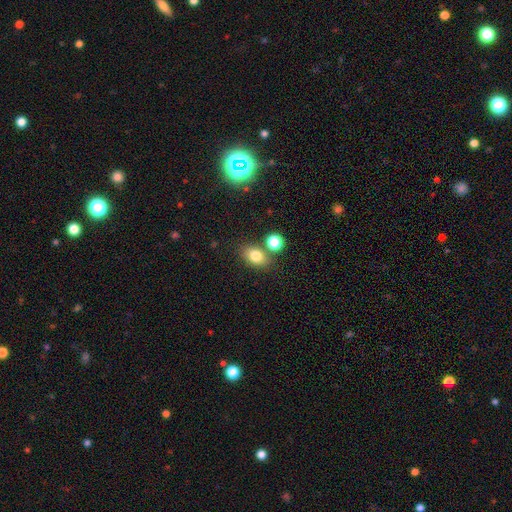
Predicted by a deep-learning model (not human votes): smooth_or_featured: smooth (p=0.79) [alt: star or artifact p=0.11]
how_rounded: in between (p=0.69) [alt: round p=0.30]
merging: none (p=0.67) [alt: merger p=0.19]